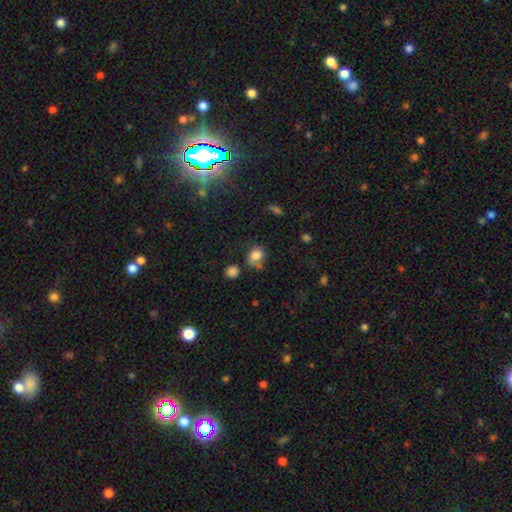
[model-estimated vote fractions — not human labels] The model was most divided on "how rounded": in between: 53%, round: 46%, cigar-shaped: 1%. More confident: smooth or featured — smooth (80%); merging — none (51%).